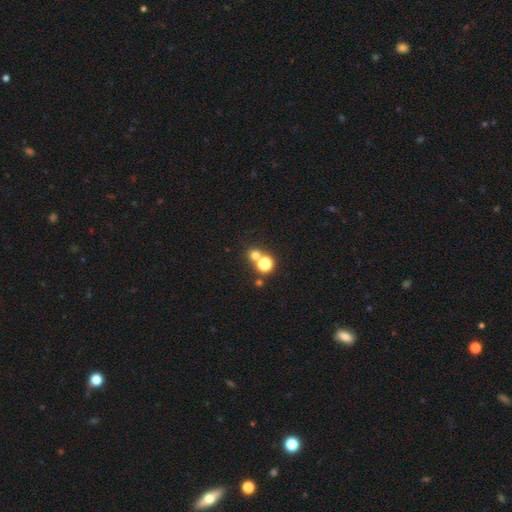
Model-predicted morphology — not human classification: A smooth galaxy with no disk features (67%) that is round (87%).

Vote fractions:
- Smooth or featured? smooth: 67% / star or artifact: 25% / featured or disk: 8%
- How rounded? round: 87% / in between: 11% / cigar-shaped: 1%
- Merging? none: 59% / merger: 32% / minor disturbance: 6% / major disturbance: 3%